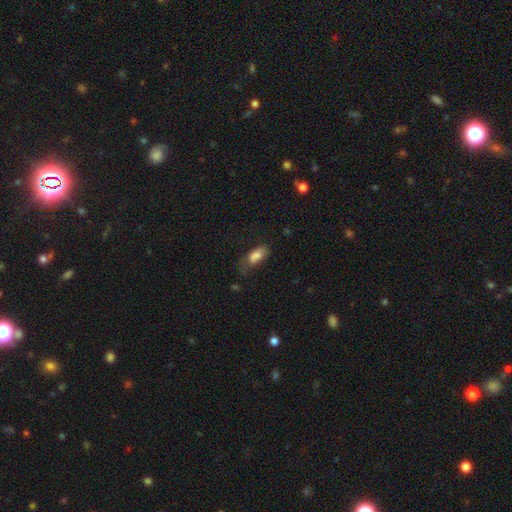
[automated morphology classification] This is likely a smooth galaxy (79%). How rounded: clearly in between (84%). Merging: marginally none (36%).